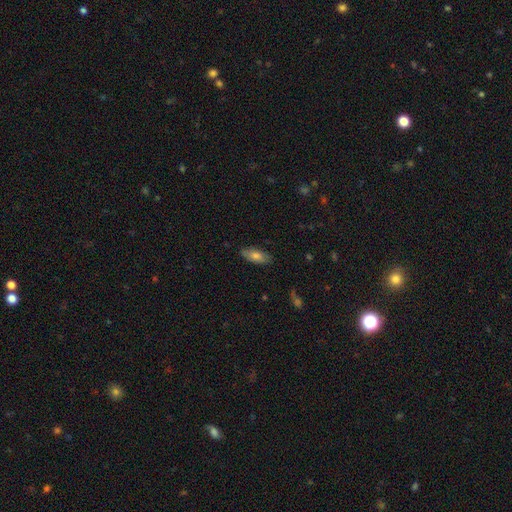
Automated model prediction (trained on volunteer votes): Smooth or featured: smooth — 75% (featured or disk — 18%)
How rounded: in between — 81% (cigar-shaped — 17%)
Merging: none — 83% (minor disturbance — 13%)